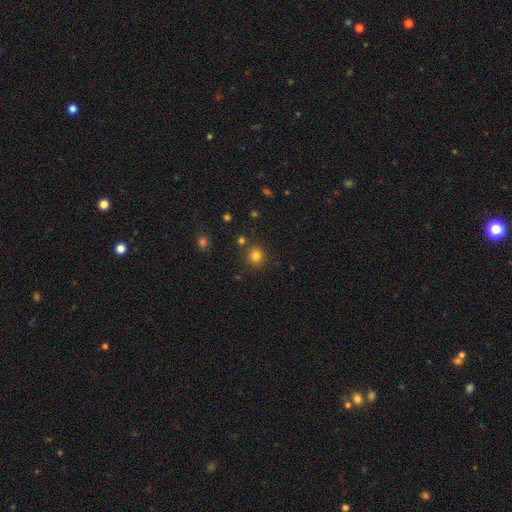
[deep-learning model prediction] This appears to be a smooth galaxy with no disk features (81%) that is round (90%). Merging: none (84%).